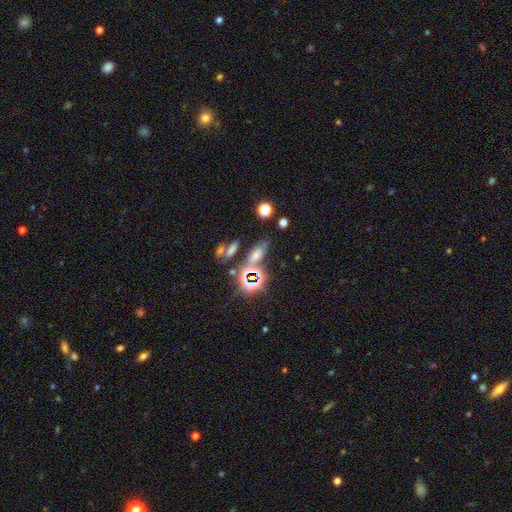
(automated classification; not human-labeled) This is possibly a smooth galaxy (51%). How rounded: likely in between (61%). Merging: likely none (60%).